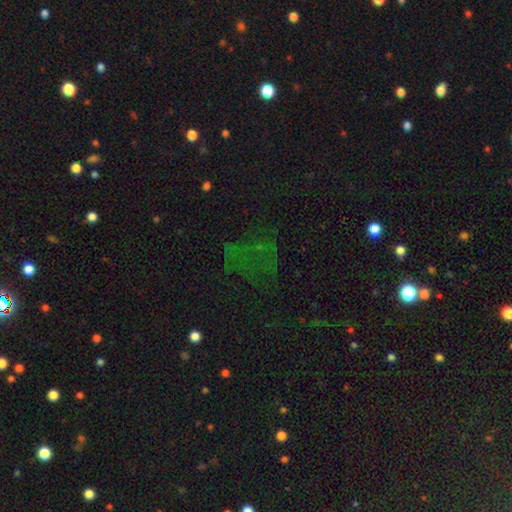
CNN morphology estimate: A star or artifact, not a galaxy (60%).